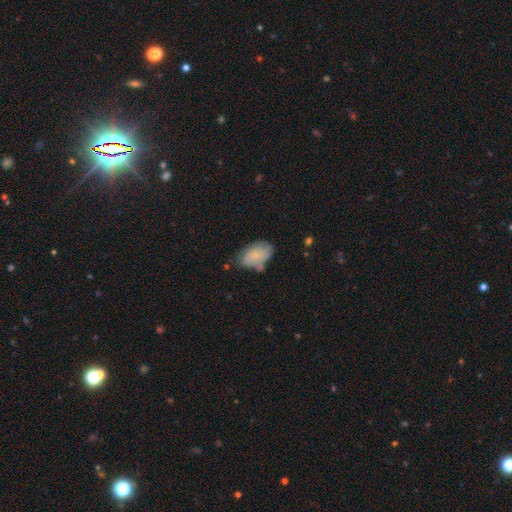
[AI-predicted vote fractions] This appears to be a smooth galaxy with no disk features (72%) that is in between round and cigar-shaped (91%). Merging: none (49%).